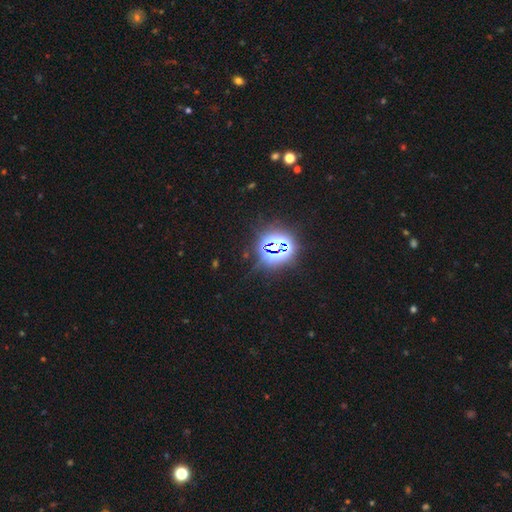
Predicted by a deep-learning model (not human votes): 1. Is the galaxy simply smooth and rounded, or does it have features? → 86% star or artifact, 8% smooth, 6% featured or disk.